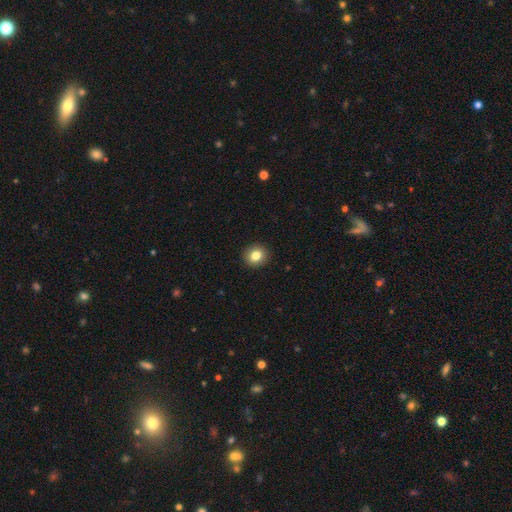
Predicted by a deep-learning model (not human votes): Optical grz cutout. It shows a smooth galaxy with no disk features (83%) that is round (83%). Merging: none (92%).